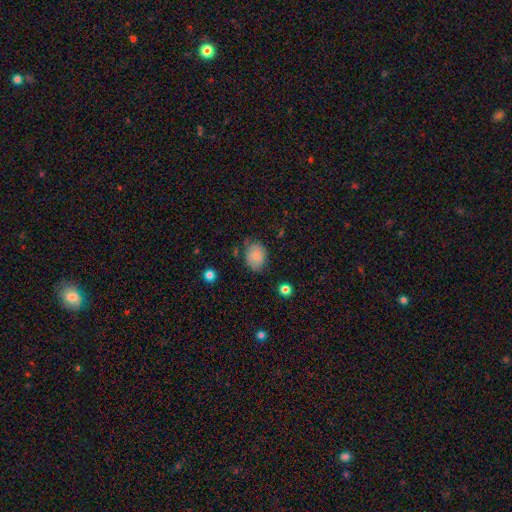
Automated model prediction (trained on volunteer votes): This appears to be a smooth galaxy with no disk features (82%) that is in between round and cigar-shaped (70%). Merging: none (66%).